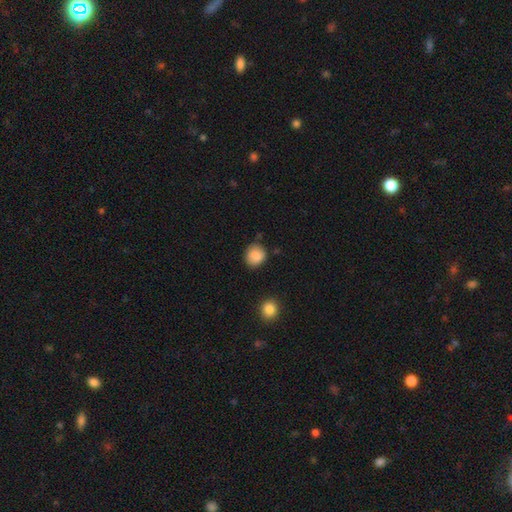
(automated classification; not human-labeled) The model was most divided on "merging": none: 75%, minor disturbance: 18%, major disturbance: 4%, merger: 3%. More confident: smooth or featured — smooth (86%); how rounded — round (79%).